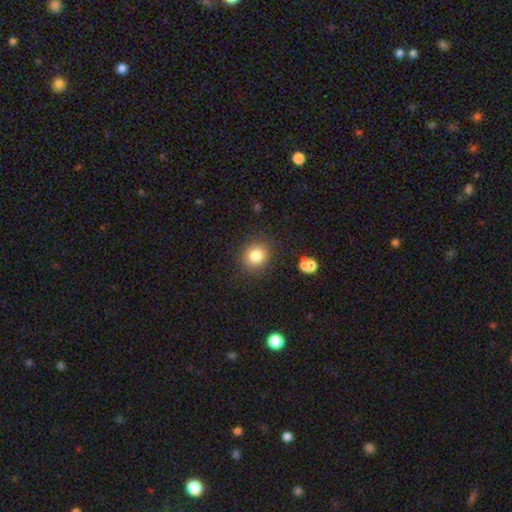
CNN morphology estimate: A smooth galaxy with no disk features (84%) that is round (79%). Merging: none (87%).